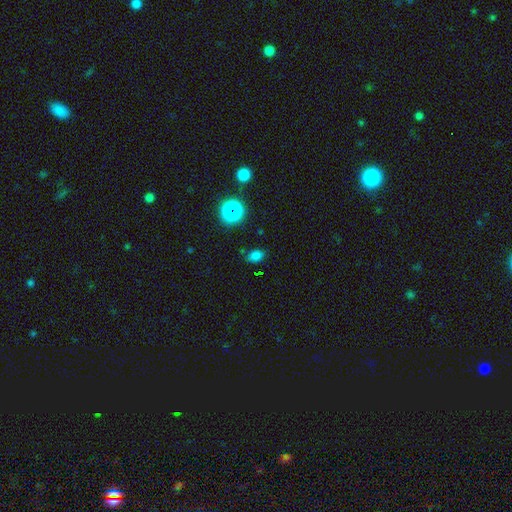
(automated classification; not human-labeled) Smooth or featured?
  - smooth: 74% *
  - star or artifact: 21%
  - featured or disk: 6%
How rounded?
  - in between: 72% *
  - round: 27%
  - cigar-shaped: 1%
Merging?
  - none: 80% *
  - minor disturbance: 14%
  - major disturbance: 4%
  - merger: 3%